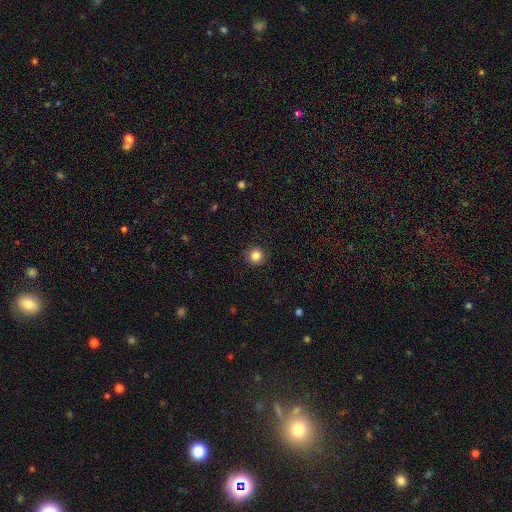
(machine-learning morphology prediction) Overall: smooth (84%). How rounded: round (94%). Merging: none (92%).